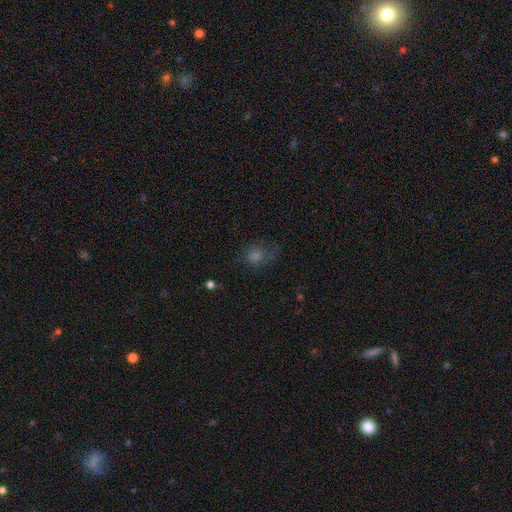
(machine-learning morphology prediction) Overall: smooth (54%; star or artifact 26%). How rounded: round (68%; in between 31%). Merging: none (58%; minor disturbance 21%).